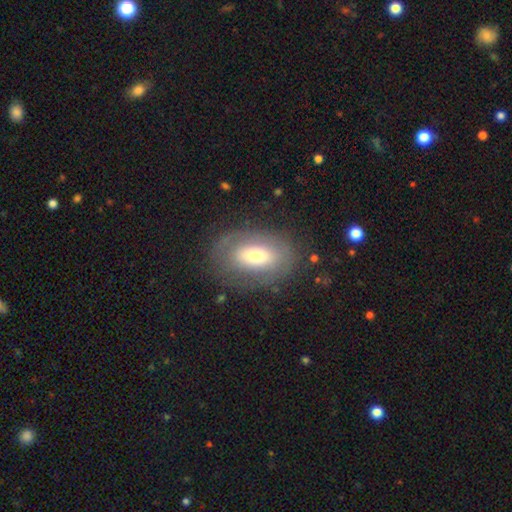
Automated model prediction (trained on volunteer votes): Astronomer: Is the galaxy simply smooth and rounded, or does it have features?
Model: smooth — 50% (runner-up: featured or disk, 42%).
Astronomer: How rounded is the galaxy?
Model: in between — 85%.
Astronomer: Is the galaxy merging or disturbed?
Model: none — 76%.